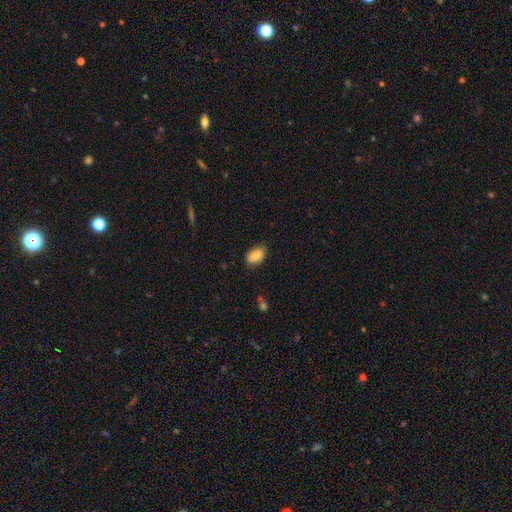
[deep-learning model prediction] The model was most divided on "merging": none: 79%, minor disturbance: 16%, major disturbance: 3%, merger: 1%. More confident: how rounded — in between (92%); smooth or featured — smooth (86%).